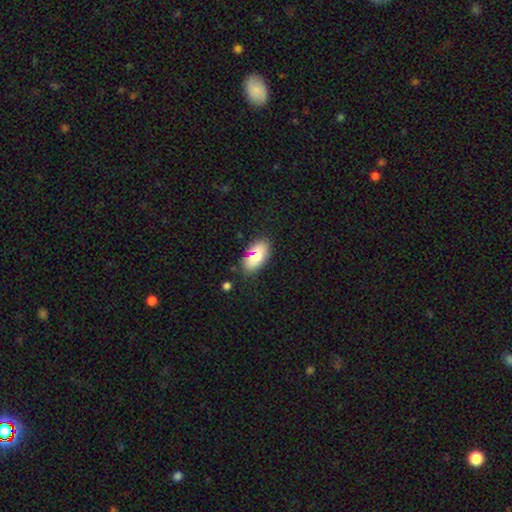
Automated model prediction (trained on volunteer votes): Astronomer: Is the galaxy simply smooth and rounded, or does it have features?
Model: smooth — 76%.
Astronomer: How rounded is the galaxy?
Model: in between — 90%.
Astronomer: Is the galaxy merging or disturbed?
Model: none — 79%.